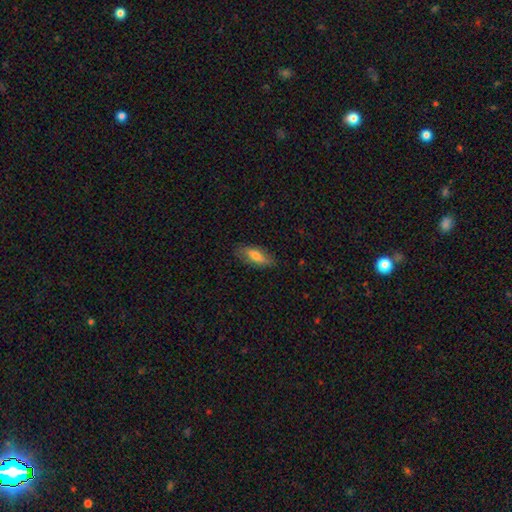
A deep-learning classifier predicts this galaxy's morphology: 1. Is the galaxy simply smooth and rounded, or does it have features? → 69% smooth, 25% featured or disk, 6% star or artifact.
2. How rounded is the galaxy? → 71% in between, 26% cigar-shaped, 3% round.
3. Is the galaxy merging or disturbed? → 80% none, 16% minor disturbance, 3% major disturbance, 1% merger.